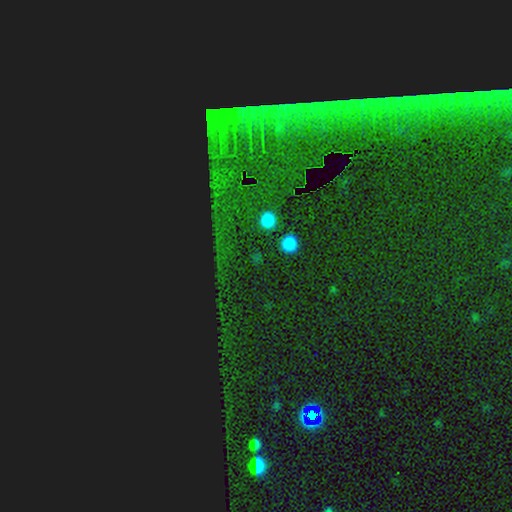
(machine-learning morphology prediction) Overall: star or artifact (85%).